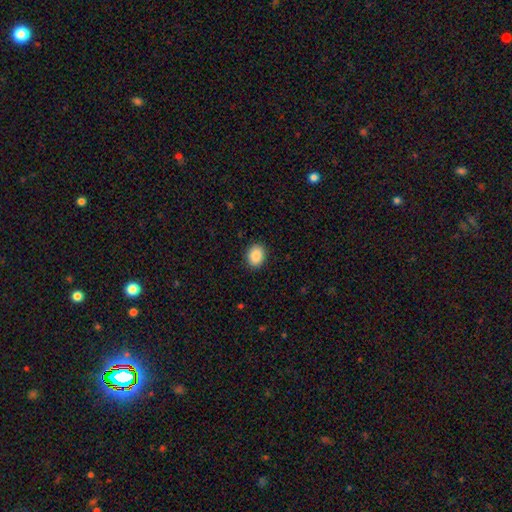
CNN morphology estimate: smooth-or-featured: smooth: 89% | star or artifact: 8% | featured or disk: 3%
  how-rounded: in between: 54% | round: 45% | cigar-shaped: 1%
  merging: none: 90% | minor disturbance: 7% | major disturbance: 2% | merger: 1%